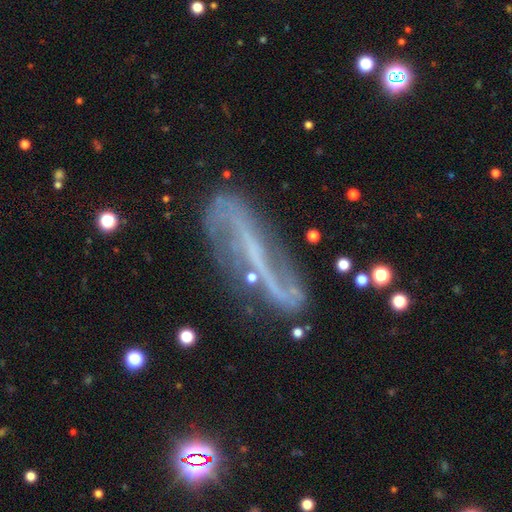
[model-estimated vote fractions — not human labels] featured or disk 77%, smooth 13%, star or artifact 11%. Down the decision tree: edge-on disk — no (76%); bar — strong (53%); spiral arms — yes (84%); bulge size — small (47%); merging — none (60%).